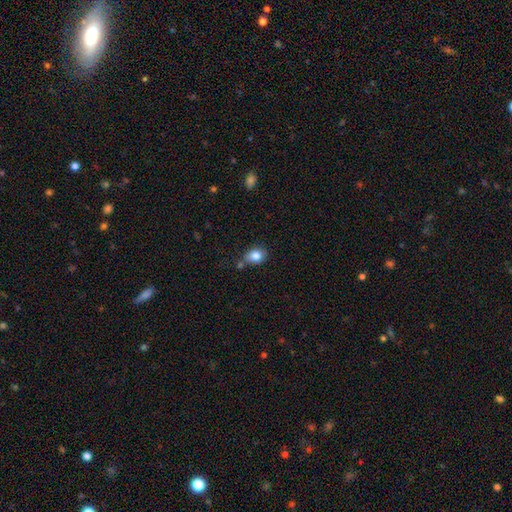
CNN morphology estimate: Overall: smooth (82%). How rounded: in between (56%; round 43%). Merging: none (61%; minor disturbance 22%).